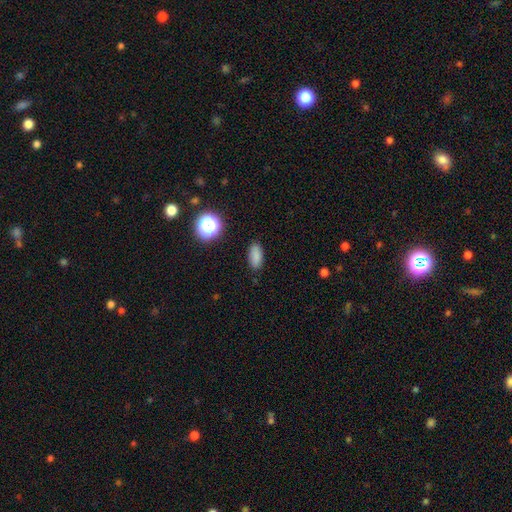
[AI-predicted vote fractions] A smooth galaxy with no disk features (83%) that is in between round and cigar-shaped (86%).

Vote fractions:
- Smooth or featured? smooth: 83% / star or artifact: 12% / featured or disk: 5%
- How rounded? in between: 86% / cigar-shaped: 8% / round: 6%
- Merging? none: 86% / minor disturbance: 10% / major disturbance: 3% / merger: 1%